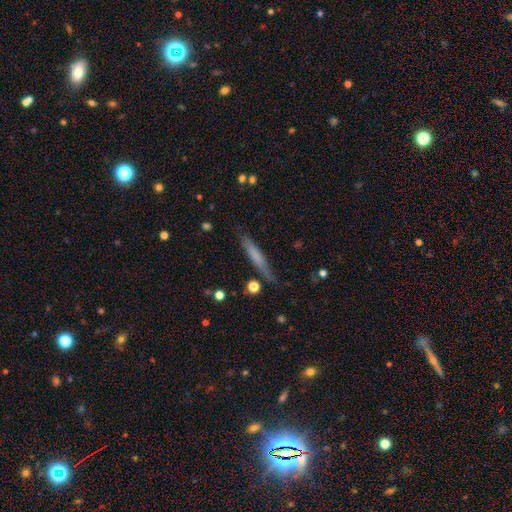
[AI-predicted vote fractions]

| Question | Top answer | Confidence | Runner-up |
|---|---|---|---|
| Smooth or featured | smooth | 60% | featured or disk (33%) |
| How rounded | cigar-shaped | 92% | in between (6%) |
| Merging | none | 76% | minor disturbance (17%) |